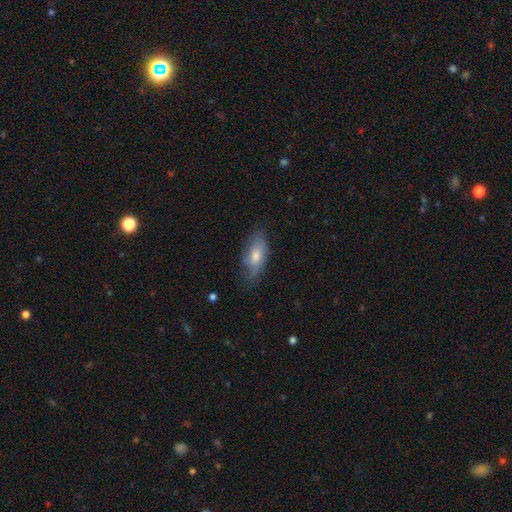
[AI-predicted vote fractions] smooth_or_featured: smooth (p=0.59) [alt: featured or disk p=0.33]
how_rounded: in between (p=0.80) [alt: cigar-shaped p=0.16]
merging: none (p=0.71) [alt: minor disturbance p=0.23]